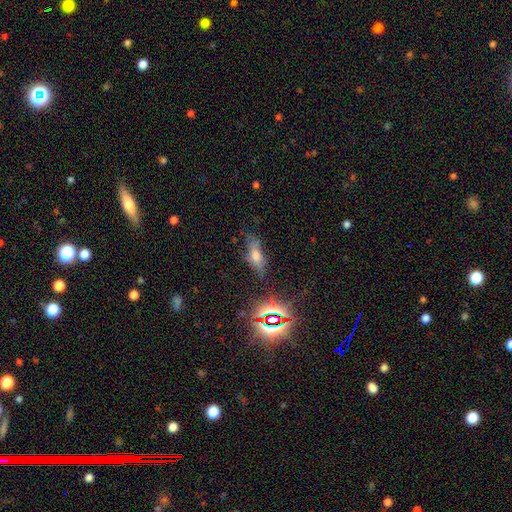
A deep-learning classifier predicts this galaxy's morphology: Smooth or featured? Predicted: smooth (p=0.43). Merging? Predicted: none (p=0.69).